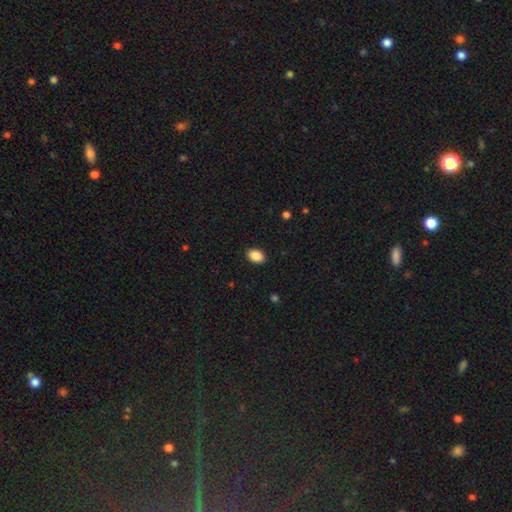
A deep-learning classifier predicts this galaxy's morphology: Overall: smooth (89%). How rounded: in between (83%). Merging: none (90%).